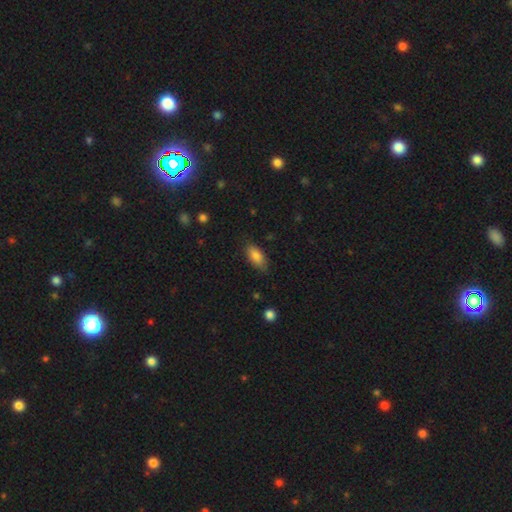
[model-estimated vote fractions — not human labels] Morphology: type=smooth (85%); roundness=in between (88%); merging=none (79%).